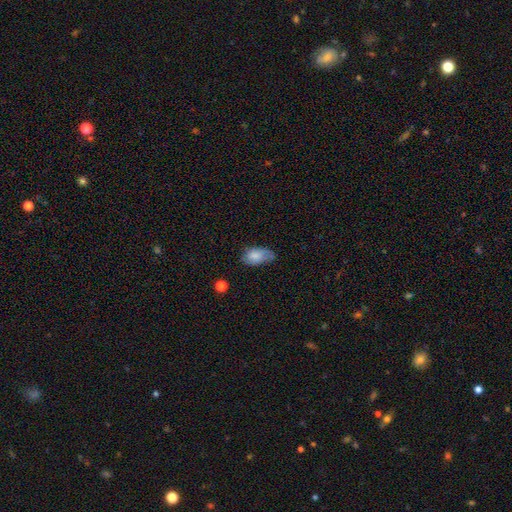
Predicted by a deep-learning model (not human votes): Overall: smooth (76%). How rounded: in between (93%). Merging: none (57%; minor disturbance 32%).